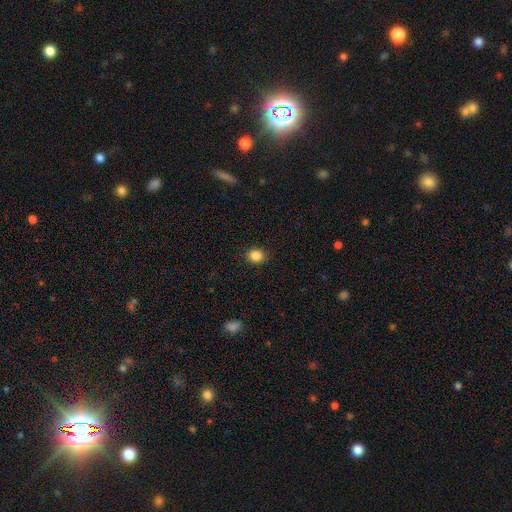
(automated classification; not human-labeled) smooth-or-featured: smooth: 85% | star or artifact: 11% | featured or disk: 4%
  how-rounded: round: 72% | in between: 27% | cigar-shaped: 1%
  merging: none: 90% | minor disturbance: 7% | major disturbance: 2% | merger: 1%